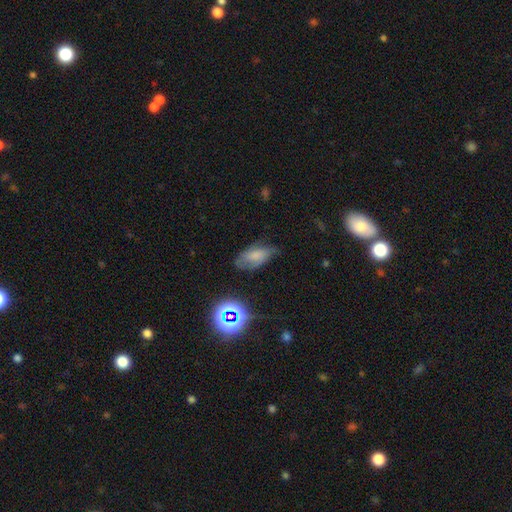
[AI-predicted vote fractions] Q: Smooth or featured?
A: smooth (58%); runner-up: featured or disk (27%)
Q: How rounded?
A: in between (91%); runner-up: round (5%)
Q: Merging?
A: none (53%); runner-up: minor disturbance (32%)